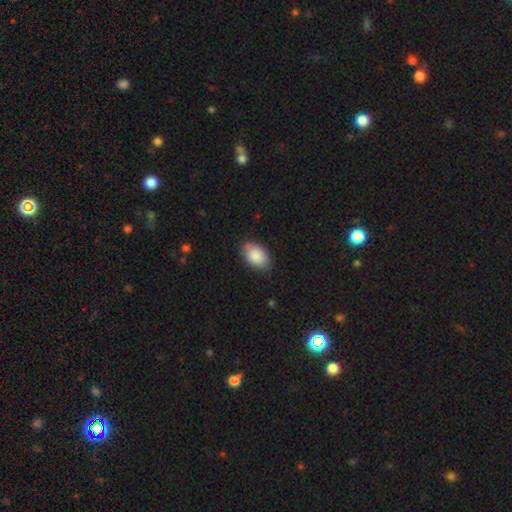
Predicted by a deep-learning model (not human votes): Morphology: type=smooth (85%); roundness=in between (91%); merging=none (79%).